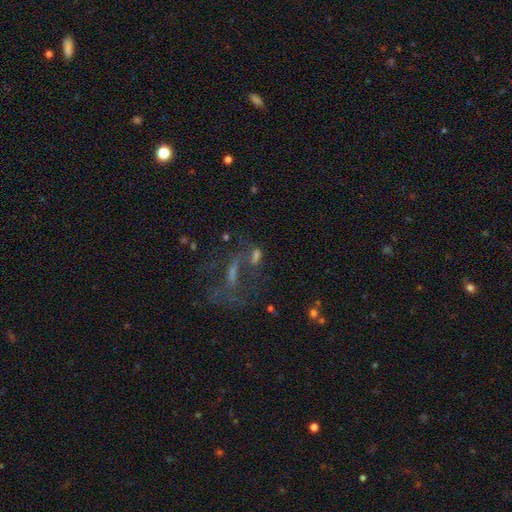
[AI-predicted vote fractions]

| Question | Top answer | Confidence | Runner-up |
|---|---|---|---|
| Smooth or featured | featured or disk | 42% | smooth (29%) |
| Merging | none | 37% | major disturbance (25%) |